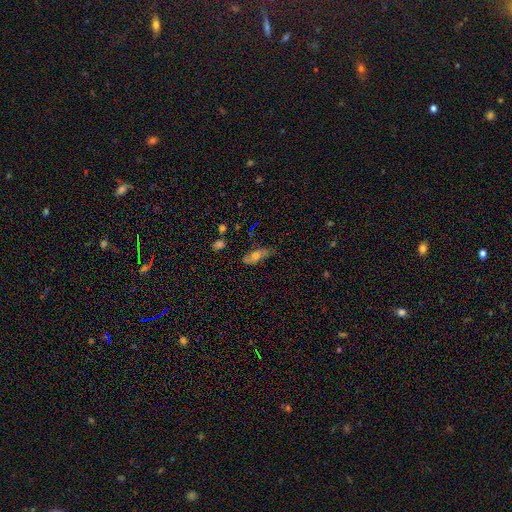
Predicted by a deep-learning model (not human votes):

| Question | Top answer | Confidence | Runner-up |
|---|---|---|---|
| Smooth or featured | smooth | 59% | featured or disk (31%) |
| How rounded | in between | 65% | cigar-shaped (31%) |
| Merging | none | 66% | minor disturbance (26%) |